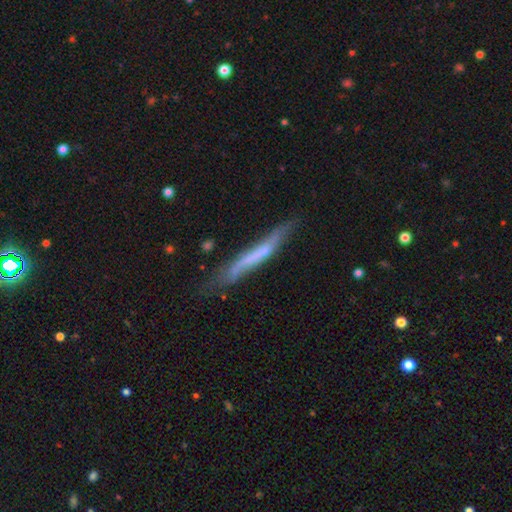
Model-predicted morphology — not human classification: This is possibly a featured or disk galaxy (51%). It is clearly viewed edge-on (87%). Merging: likely none (70%).